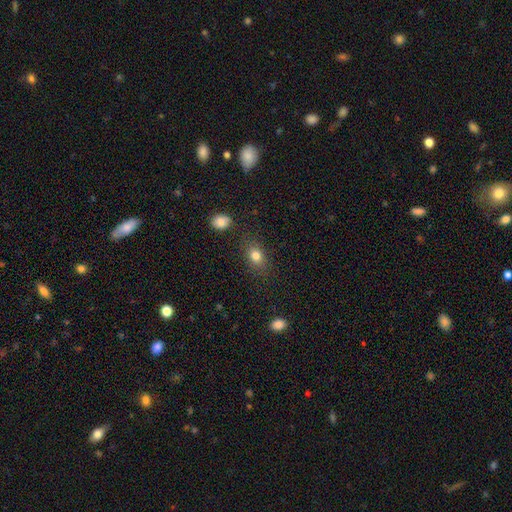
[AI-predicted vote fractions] Smooth or featured? Predicted: smooth (p=0.80). How rounded? Predicted: in between (p=0.66). Merging? Predicted: none (p=0.81).